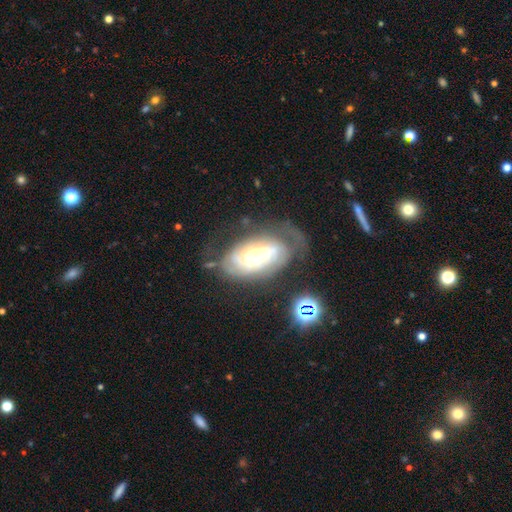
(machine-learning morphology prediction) A featured or disk galaxy (78%) with no bar (45%), tight (59%) spiral arms (89%) and a moderate central bulge (52%). Merging: none (47%).